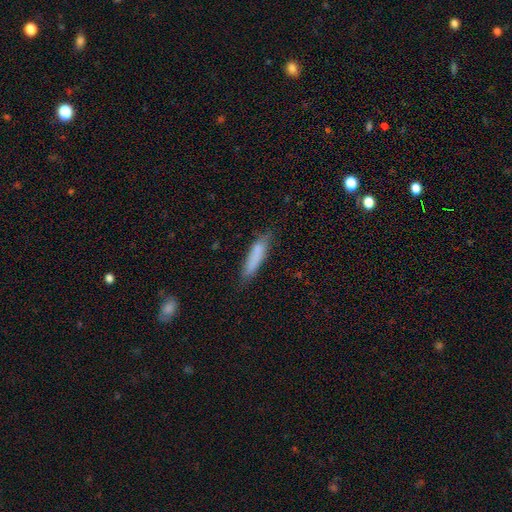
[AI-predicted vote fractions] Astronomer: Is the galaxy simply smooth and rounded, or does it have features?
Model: smooth — 80%.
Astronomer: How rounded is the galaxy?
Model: cigar-shaped — 76%.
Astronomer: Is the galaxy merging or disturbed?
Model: none — 72%.